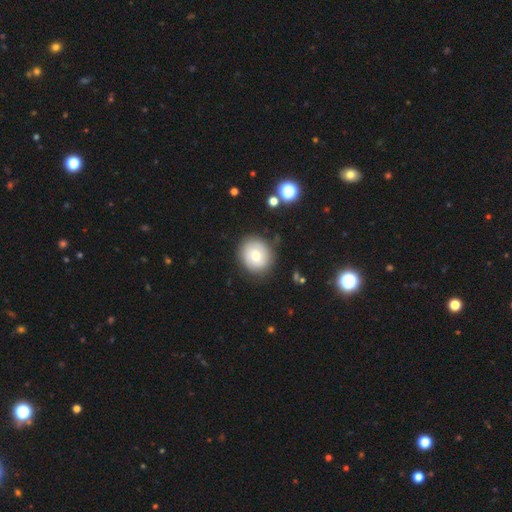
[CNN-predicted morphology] Overall: smooth (69%). How rounded: round (81%). Merging: none (83%).